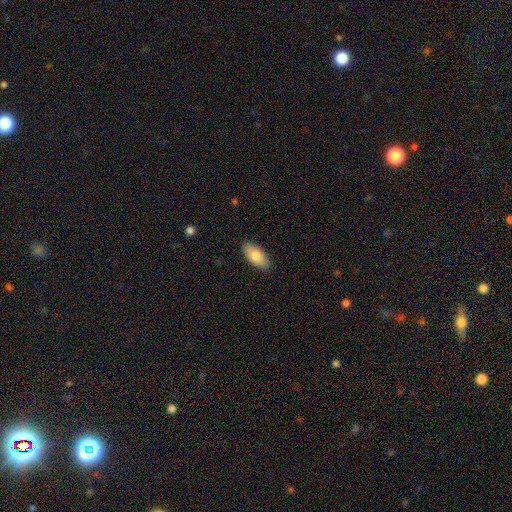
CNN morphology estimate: smooth_or_featured: smooth (p=0.80) [alt: featured or disk p=0.14]
how_rounded: in between (p=0.92) [alt: cigar-shaped p=0.06]
merging: none (p=0.89) [alt: minor disturbance p=0.09]